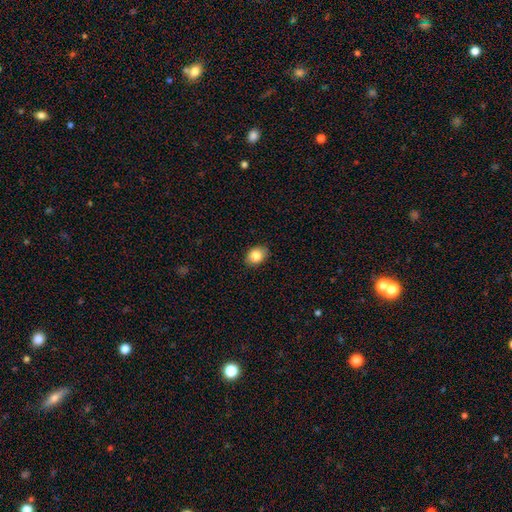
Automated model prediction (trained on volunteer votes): Smooth or featured: smooth — 85% (star or artifact — 9%)
How rounded: in between — 64% (round — 35%)
Merging: none — 87% (minor disturbance — 10%)